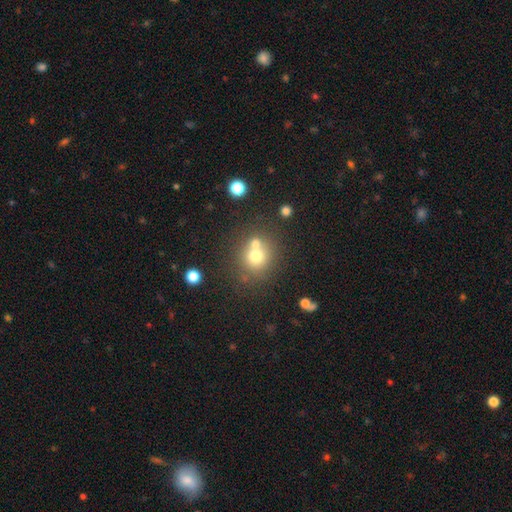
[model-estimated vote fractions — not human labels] Smooth or featured: smooth — 70% (featured or disk — 15%)
How rounded: round — 84% (in between — 15%)
Merging: none — 55% (merger — 32%)